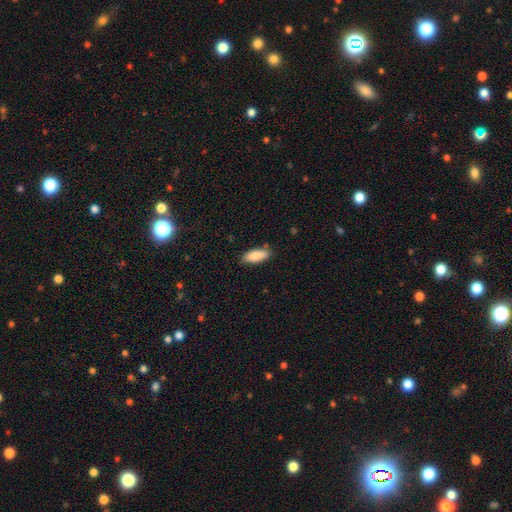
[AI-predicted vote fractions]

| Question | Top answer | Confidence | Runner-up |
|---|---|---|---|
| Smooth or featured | smooth | 86% | featured or disk (7%) |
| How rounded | in between | 79% | cigar-shaped (19%) |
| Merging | none | 79% | minor disturbance (16%) |